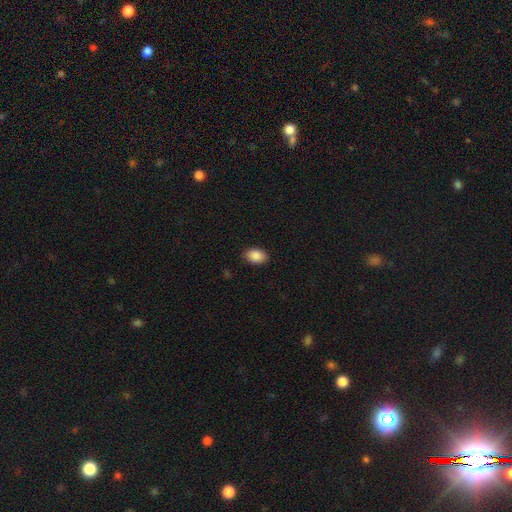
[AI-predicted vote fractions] smooth-or-featured: smooth: 89% | star or artifact: 7% | featured or disk: 4%
  how-rounded: in between: 85% | round: 14% | cigar-shaped: 1%
  merging: none: 89% | minor disturbance: 8% | major disturbance: 2% | merger: 1%